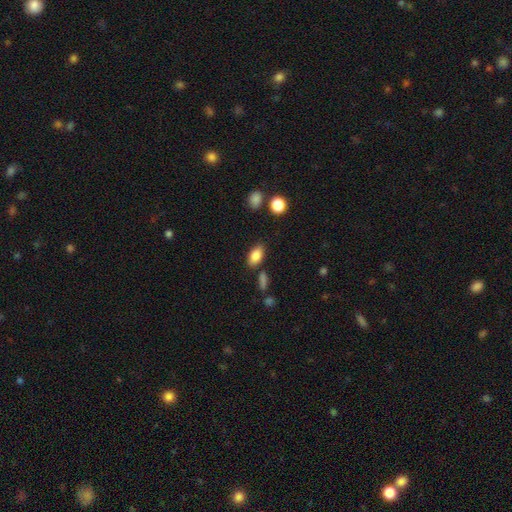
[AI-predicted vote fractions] Smooth or featured? smooth (85%)
How rounded? in between (89%)
Merging? none (77%)